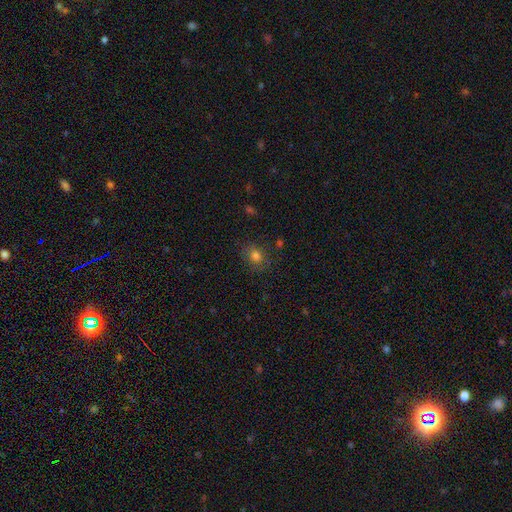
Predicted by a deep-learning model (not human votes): Smooth or featured? Predicted: smooth (p=0.78). How rounded? Predicted: round (p=0.52). Merging? Predicted: none (p=0.78).